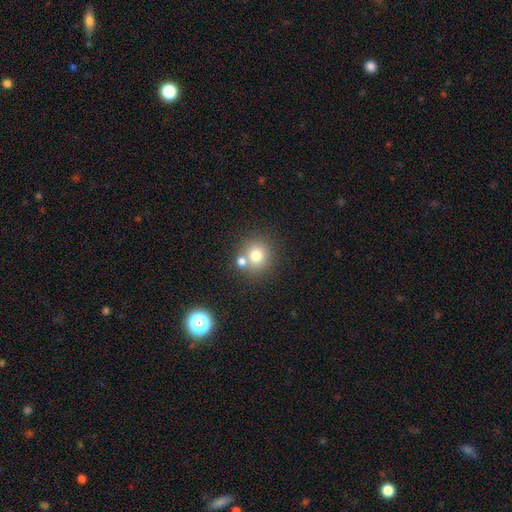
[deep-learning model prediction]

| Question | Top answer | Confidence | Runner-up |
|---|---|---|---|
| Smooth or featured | smooth | 76% | star or artifact (12%) |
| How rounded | round | 88% | in between (11%) |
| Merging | none | 62% | merger (26%) |